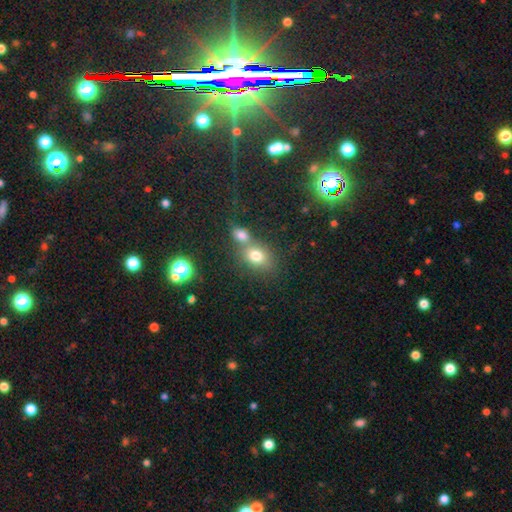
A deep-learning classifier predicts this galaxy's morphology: A smooth galaxy with no disk features (75%) that is in between round and cigar-shaped (55%).

Vote fractions:
- Smooth or featured? smooth: 75% / star or artifact: 14% / featured or disk: 11%
- How rounded? in between: 55% / round: 43% / cigar-shaped: 2%
- Merging? merger: 44% / none: 42% / minor disturbance: 9% / major disturbance: 4%